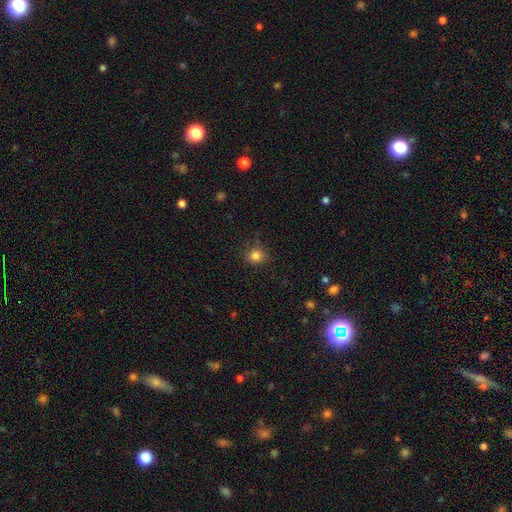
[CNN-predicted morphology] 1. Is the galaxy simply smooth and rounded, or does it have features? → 82% smooth, 13% star or artifact, 5% featured or disk.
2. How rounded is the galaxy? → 83% round, 16% in between, 1% cigar-shaped.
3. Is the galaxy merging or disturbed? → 82% none, 13% minor disturbance, 4% major disturbance, 1% merger.